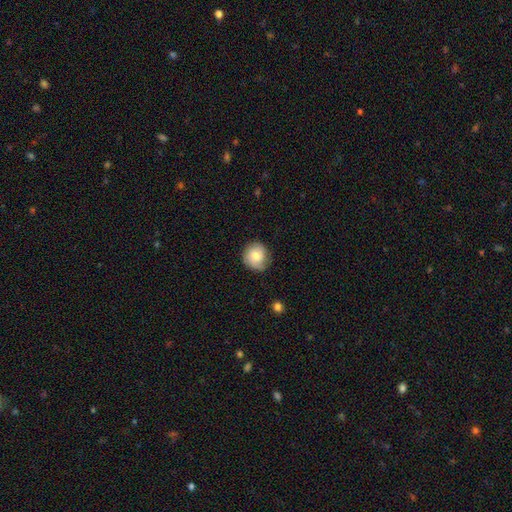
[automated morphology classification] A smooth galaxy with no disk features (69%) that is round (87%). Merging: none (73%).